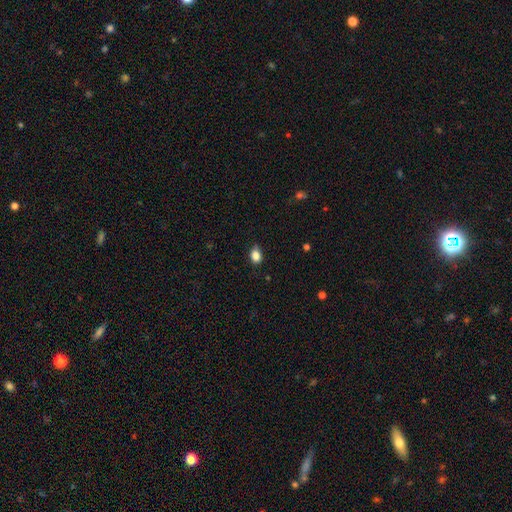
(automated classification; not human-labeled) Morphology: type=smooth (85%); roundness=in between (71%); merging=none (73%).